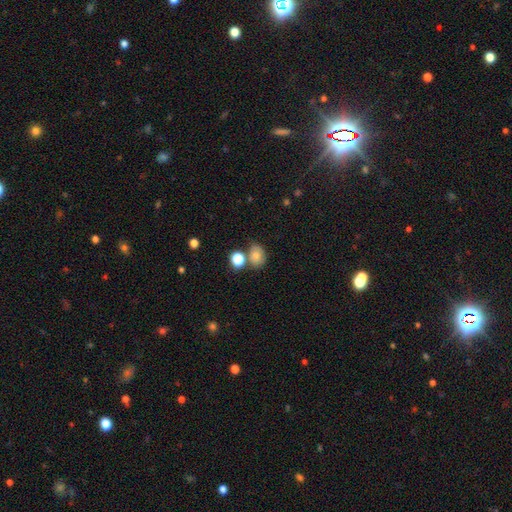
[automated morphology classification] A smooth galaxy with no disk features (75%) that is in between round and cigar-shaped (50%). Merging: none (60%).